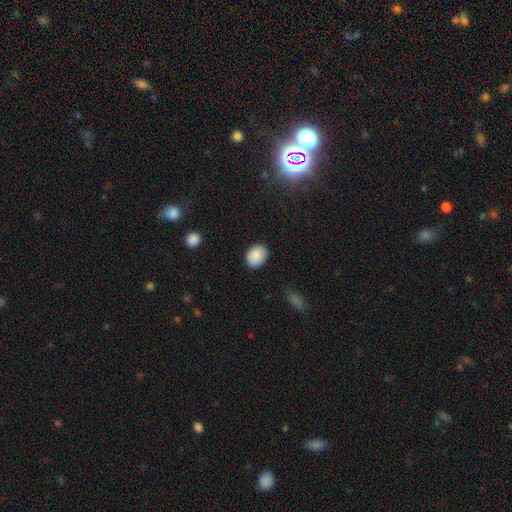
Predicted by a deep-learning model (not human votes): Smooth or featured? Predicted: smooth (p=0.88). How rounded? Predicted: in between (p=0.62). Merging? Predicted: none (p=0.86).